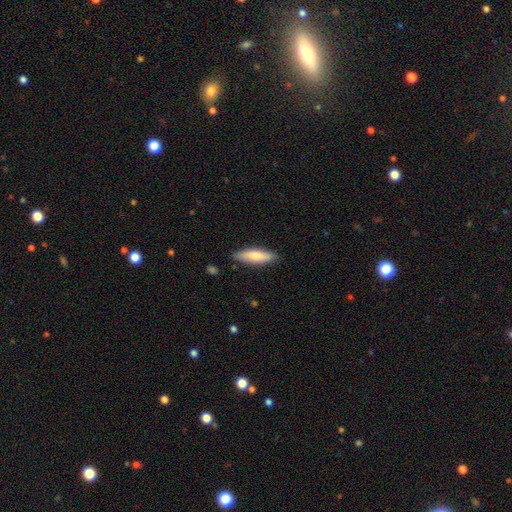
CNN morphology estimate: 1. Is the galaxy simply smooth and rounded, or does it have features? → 74% smooth, 20% featured or disk, 6% star or artifact.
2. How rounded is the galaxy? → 61% cigar-shaped, 38% in between, 2% round.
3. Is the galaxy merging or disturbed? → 84% none, 12% minor disturbance, 2% major disturbance, 1% merger.